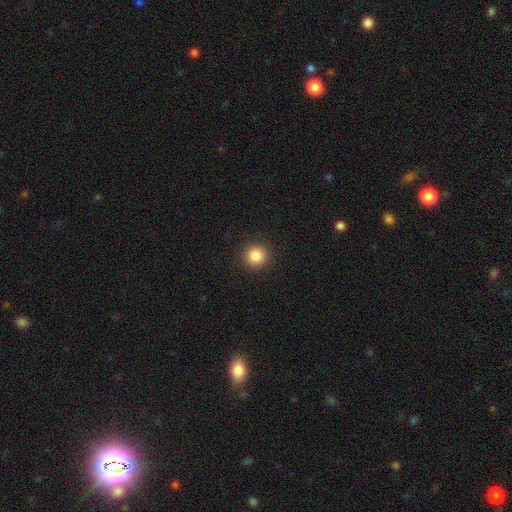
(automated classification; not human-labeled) A smooth galaxy with no disk features (86%) that is round (95%). Merging: none (92%).